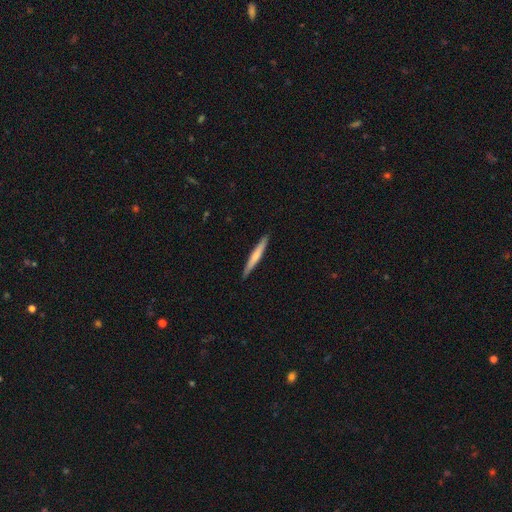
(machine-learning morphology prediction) type=smooth (60%); roundness=cigar-shaped (96%); merging=none (90%).